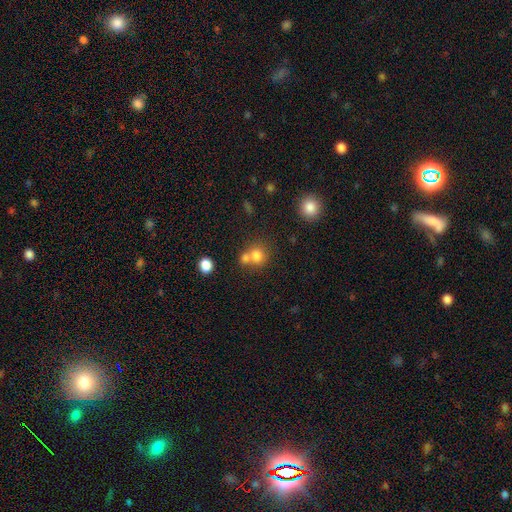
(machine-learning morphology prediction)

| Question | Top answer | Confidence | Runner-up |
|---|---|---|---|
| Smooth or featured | smooth | 77% | star or artifact (13%) |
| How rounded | round | 81% | in between (18%) |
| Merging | merger | 46% | none (43%) |